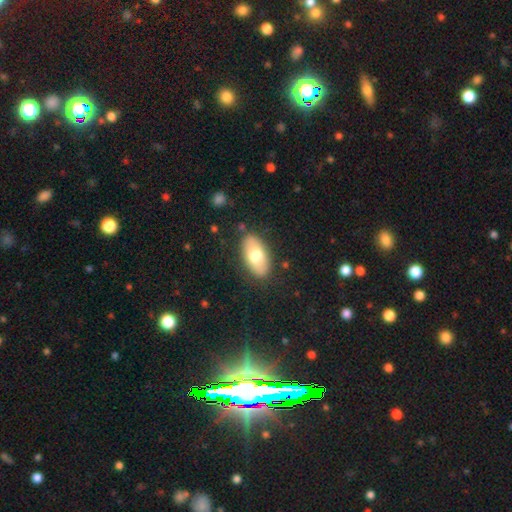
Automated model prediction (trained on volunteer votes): Smooth or featured: smooth — 71% (featured or disk — 23%)
How rounded: in between — 94% (round — 4%)
Merging: none — 85% (minor disturbance — 11%)